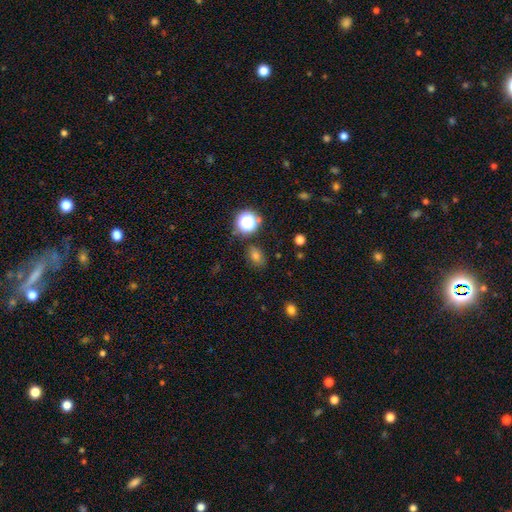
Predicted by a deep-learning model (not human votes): Overall: smooth (67%). How rounded: in between (55%; round 43%). Merging: none (80%).